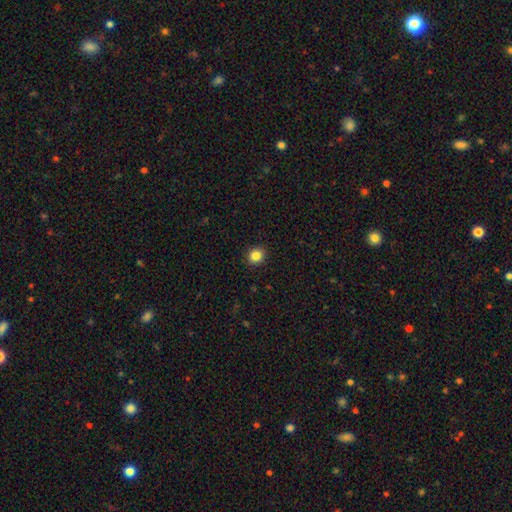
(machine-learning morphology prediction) Smooth or featured: smooth — 84% (star or artifact — 11%)
How rounded: round — 80% (in between — 19%)
Merging: none — 92% (minor disturbance — 5%)